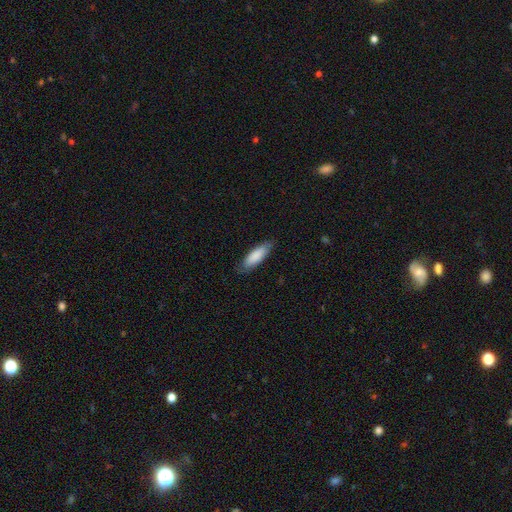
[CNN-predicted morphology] type=smooth (85%); roundness=in between (55%); merging=none (80%).